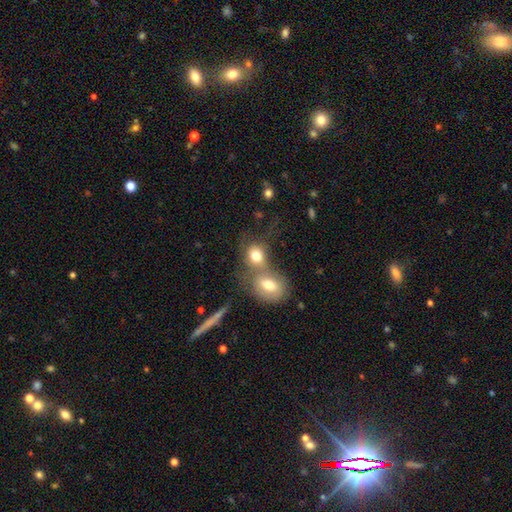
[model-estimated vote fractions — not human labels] Smooth or featured: smooth — 75% (featured or disk — 16%)
How rounded: round — 56% (in between — 42%)
Merging: merger — 62% (none — 24%)